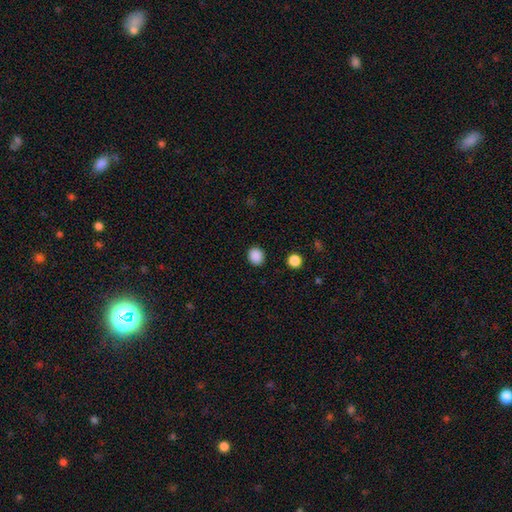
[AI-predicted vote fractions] Q: Smooth or featured?
A: smooth (88%); runner-up: star or artifact (10%)
Q: How rounded?
A: round (75%); runner-up: in between (24%)
Q: Merging?
A: none (90%); runner-up: minor disturbance (6%)